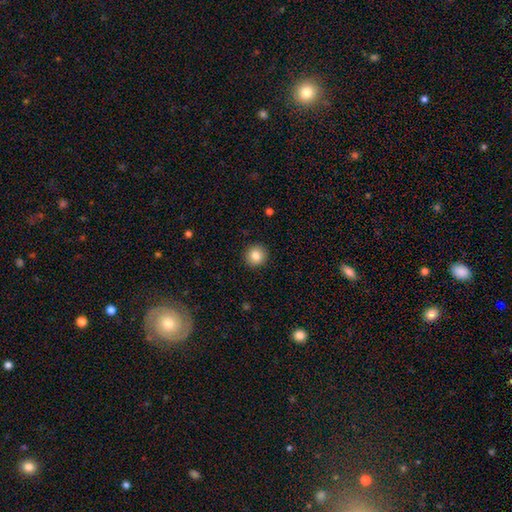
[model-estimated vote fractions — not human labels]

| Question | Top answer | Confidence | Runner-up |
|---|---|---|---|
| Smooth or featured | smooth | 85% | star or artifact (9%) |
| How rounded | round | 94% | in between (5%) |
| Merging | none | 92% | minor disturbance (5%) |